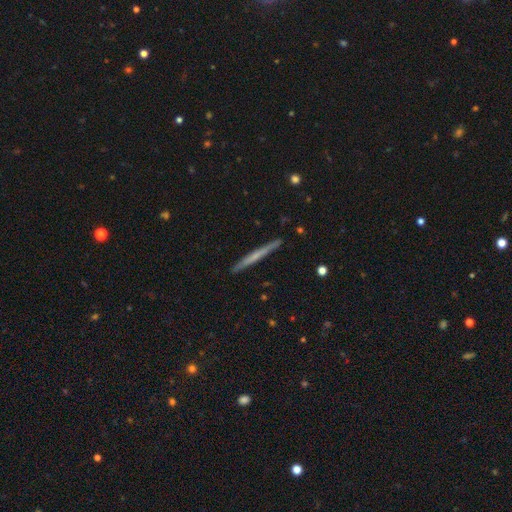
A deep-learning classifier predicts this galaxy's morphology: Smooth or featured?
  - featured or disk: 51% *
  - smooth: 43%
  - star or artifact: 6%
Edge-on disk?
  - yes: 97% *
  - no: 3%
Merging?
  - none: 91% *
  - minor disturbance: 6%
  - major disturbance: 1%
  - merger: 1%